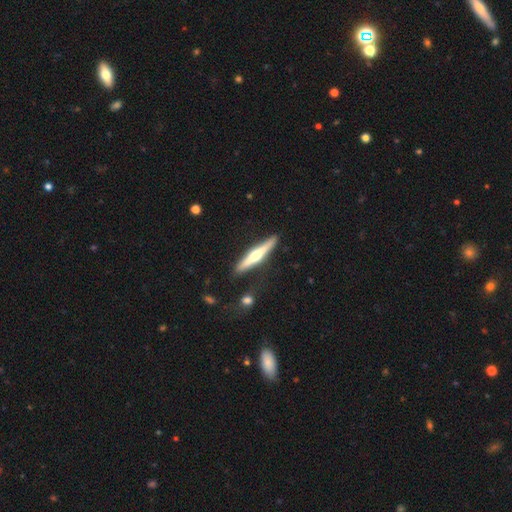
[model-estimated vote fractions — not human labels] A featured or disk galaxy (65%) viewed edge-on (97%) with a rounded central bulge (90%). Merging: none (86%).